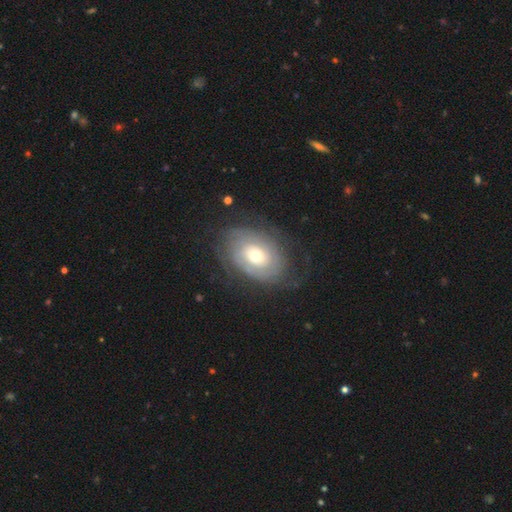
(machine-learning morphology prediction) smooth-or-featured: featured or disk: 72% | smooth: 22% | star or artifact: 6%
  disk-edge-on: no: 96% | yes: 4%
    bar: no: 79% | weak: 16% | strong: 4%
    has-spiral-arms: yes: 81% | no: 19%
      spiral-winding: tight: 73% | medium: 18% | loose: 8%
      spiral-arm-count: can't tell: 53% | 2: 23% | 3: 9% | 1: 6% | 4: 5% | more than 4: 4%
    bulge-size: moderate: 60% | small: 29% | large: 8% | dominant: 1% | none: 1%
  merging: none: 69% | minor disturbance: 18% | major disturbance: 12% | merger: 1%